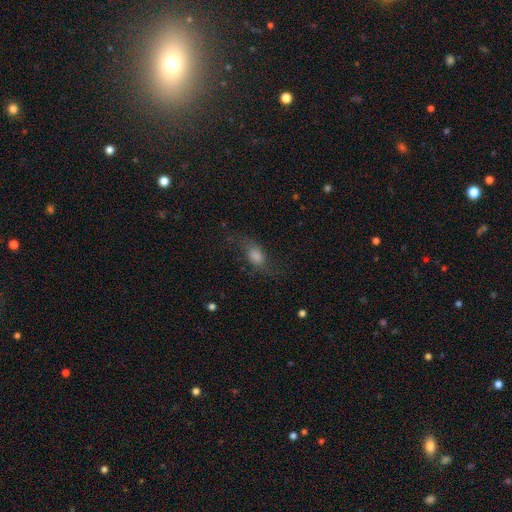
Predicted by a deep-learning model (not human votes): smooth_or_featured: featured or disk (p=0.43) [alt: smooth p=0.42]
merging: none (p=0.59) [alt: minor disturbance p=0.20]